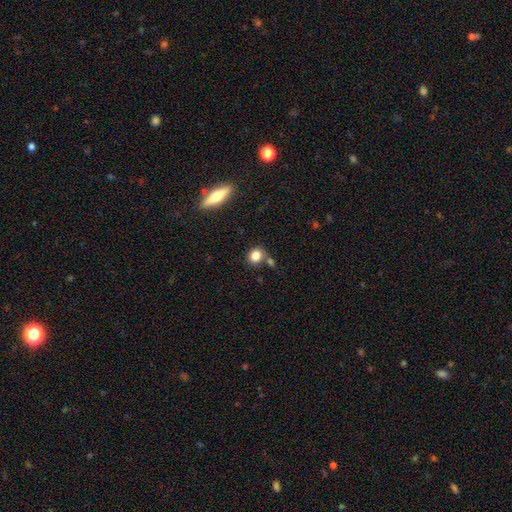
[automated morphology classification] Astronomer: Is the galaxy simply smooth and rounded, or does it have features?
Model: smooth — 82%.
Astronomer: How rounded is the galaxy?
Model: round — 73%.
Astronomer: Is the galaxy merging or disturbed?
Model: none — 68%.